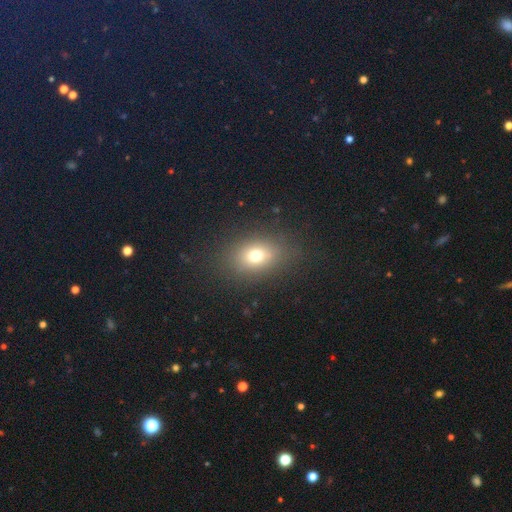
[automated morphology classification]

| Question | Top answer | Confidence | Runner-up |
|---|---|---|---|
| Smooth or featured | smooth | 70% | star or artifact (16%) |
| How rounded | in between | 60% | round (38%) |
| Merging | none | 82% | minor disturbance (11%) |